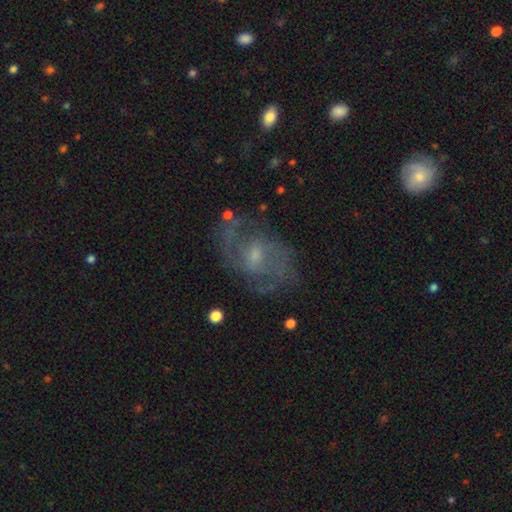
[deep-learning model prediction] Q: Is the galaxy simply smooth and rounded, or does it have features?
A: featured or disk — 76%.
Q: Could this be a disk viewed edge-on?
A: no — 97%.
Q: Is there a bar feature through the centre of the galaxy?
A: weak — 55%.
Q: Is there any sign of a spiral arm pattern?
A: yes — 83%.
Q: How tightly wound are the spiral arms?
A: medium — 49%.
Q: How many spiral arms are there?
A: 2 — 61%.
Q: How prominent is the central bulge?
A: small — 56%.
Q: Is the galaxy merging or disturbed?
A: none — 64%.